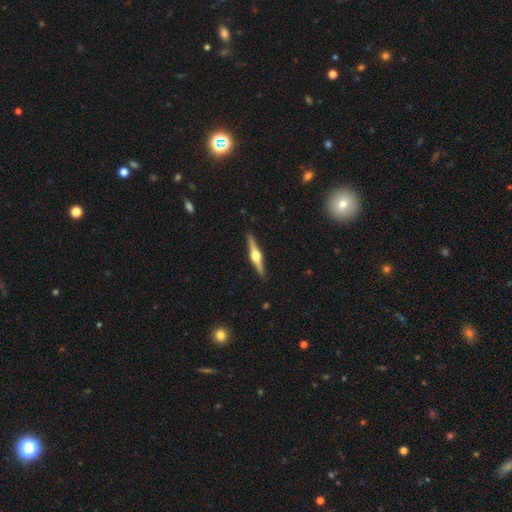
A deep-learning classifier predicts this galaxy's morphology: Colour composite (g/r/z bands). It shows a featured or disk galaxy (80%) viewed edge-on (98%) with a rounded central bulge (96%). Merging: none (92%).